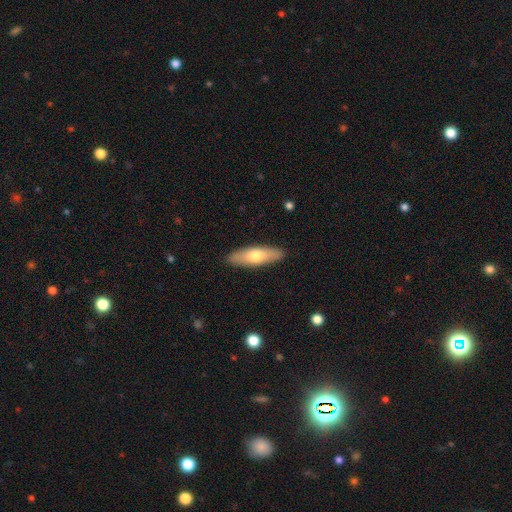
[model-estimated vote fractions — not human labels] A smooth galaxy with no disk features (65%) that is cigar-shaped (51%). Merging: none (90%).